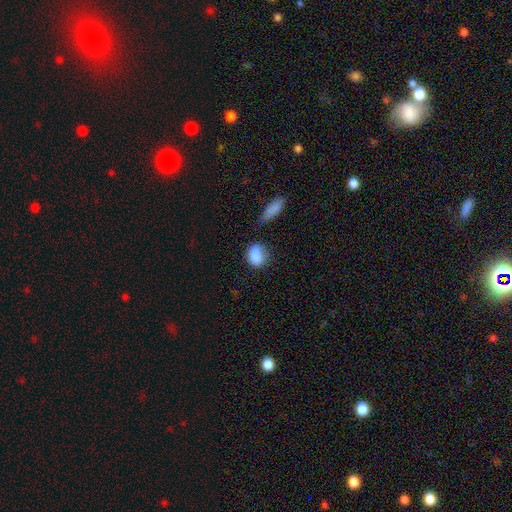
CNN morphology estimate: smooth_or_featured: smooth (p=0.83) [alt: star or artifact p=0.09]
how_rounded: in between (p=0.60) [alt: round p=0.37]
merging: none (p=0.52) [alt: minor disturbance p=0.28]